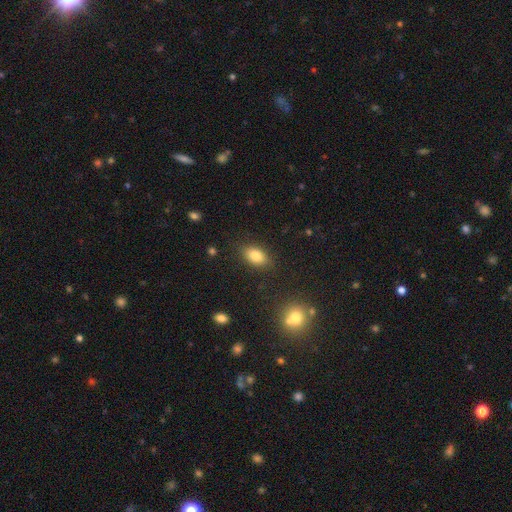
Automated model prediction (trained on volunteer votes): Morphology: type=smooth (82%); roundness=in between (88%); merging=none (85%).